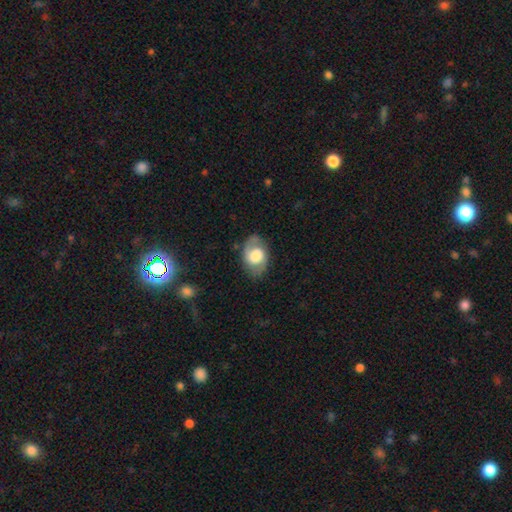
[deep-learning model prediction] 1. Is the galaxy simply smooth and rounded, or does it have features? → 52% featured or disk, 41% smooth, 7% star or artifact.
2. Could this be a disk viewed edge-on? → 95% no, 5% yes.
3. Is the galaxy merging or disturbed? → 75% none, 18% minor disturbance, 6% major disturbance, 1% merger.